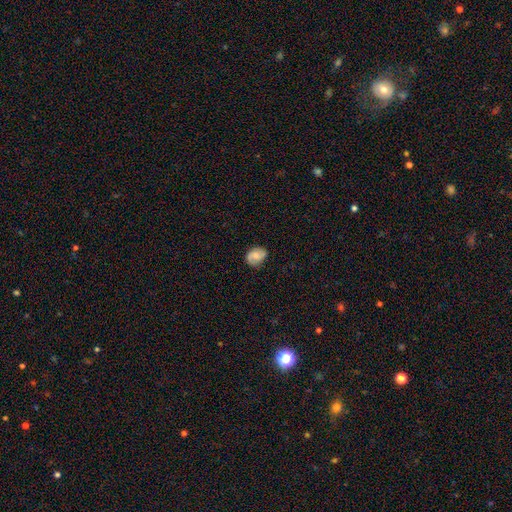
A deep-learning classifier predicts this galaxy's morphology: Overall: smooth (50%; featured or disk 42%). Merging: none (76%).